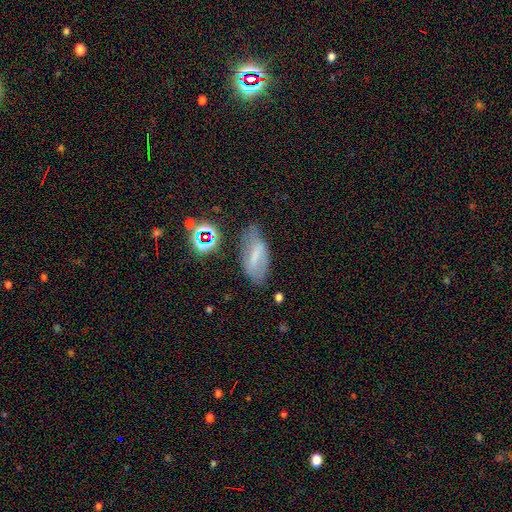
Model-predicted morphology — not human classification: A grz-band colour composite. It shows a smooth galaxy with no disk features (45%). Merging: none (61%).